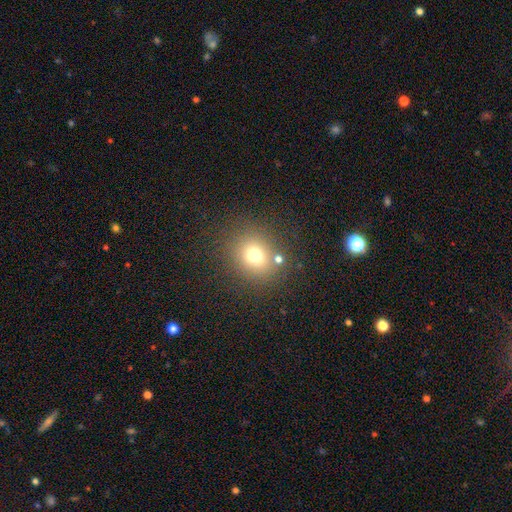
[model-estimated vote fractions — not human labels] Morphology: type=smooth (71%); roundness=round (69%); merging=none (72%).